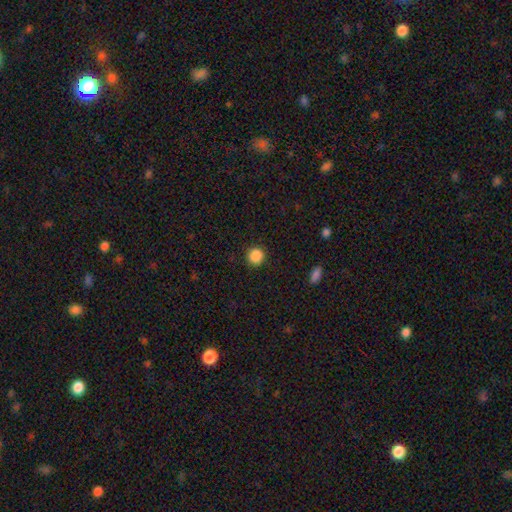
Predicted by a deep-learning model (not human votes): Q: Smooth or featured?
A: smooth (88%); runner-up: star or artifact (10%)
Q: How rounded?
A: round (91%); runner-up: in between (8%)
Q: Merging?
A: none (91%); runner-up: minor disturbance (6%)